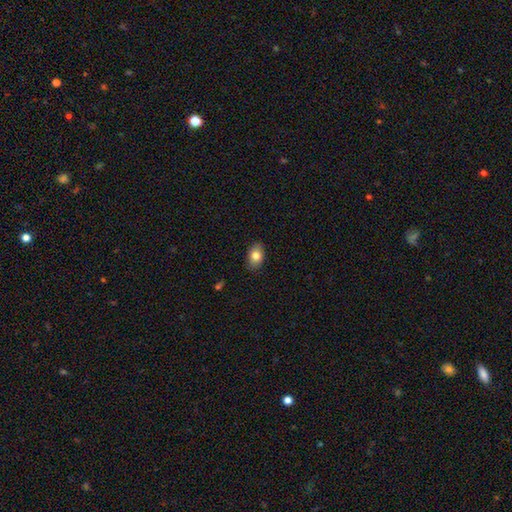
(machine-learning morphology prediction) Smooth or featured? Predicted: smooth (p=0.82). How rounded? Predicted: in between (p=0.84). Merging? Predicted: none (p=0.86).